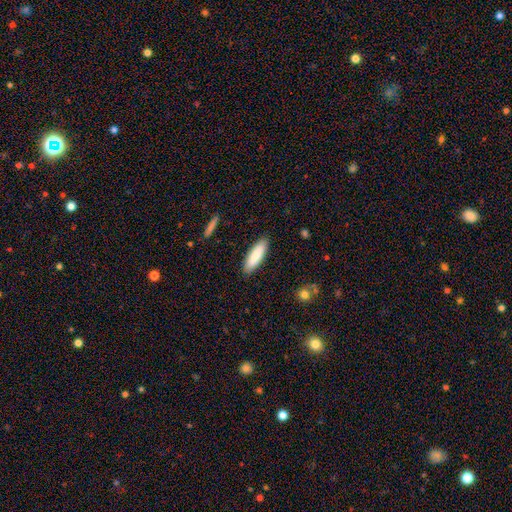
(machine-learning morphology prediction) smooth_or_featured: smooth (p=0.86) [alt: featured or disk p=0.08]
how_rounded: cigar-shaped (p=0.55) [alt: in between p=0.43]
merging: none (p=0.89) [alt: minor disturbance p=0.08]